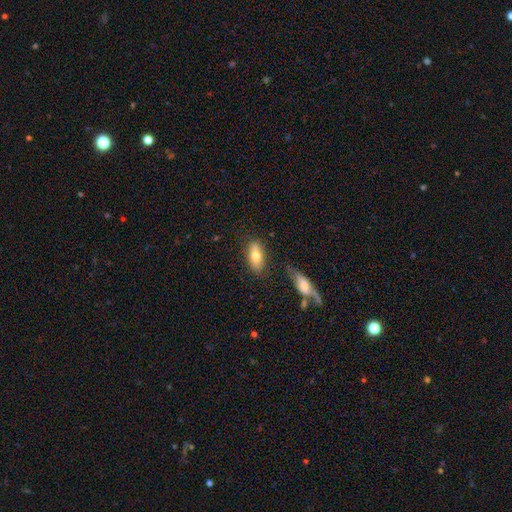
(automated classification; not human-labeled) Smooth or featured: smooth — 74% (featured or disk — 19%)
How rounded: in between — 83% (cigar-shaped — 14%)
Merging: none — 75% (minor disturbance — 14%)